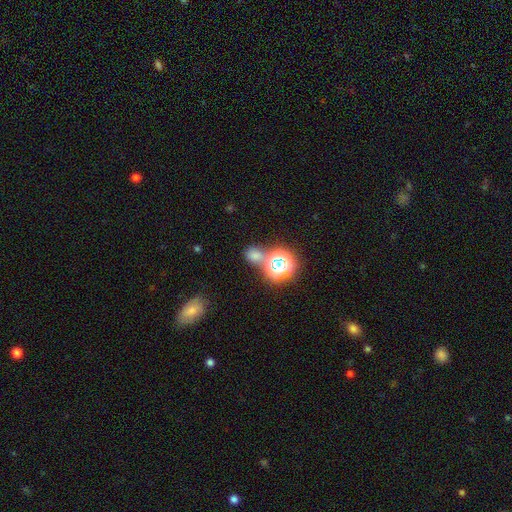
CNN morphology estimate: Smooth or featured: smooth — 56% (star or artifact — 37%)
How rounded: round — 58% (in between — 41%)
Merging: none — 58% (merger — 25%)